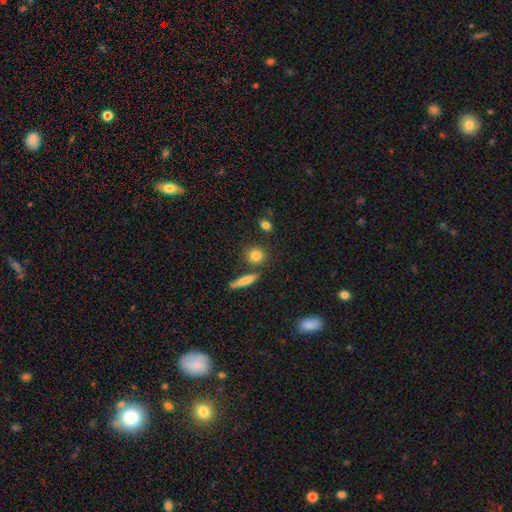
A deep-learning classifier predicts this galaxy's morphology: Overall: smooth (84%). How rounded: round (76%). Merging: none (78%).